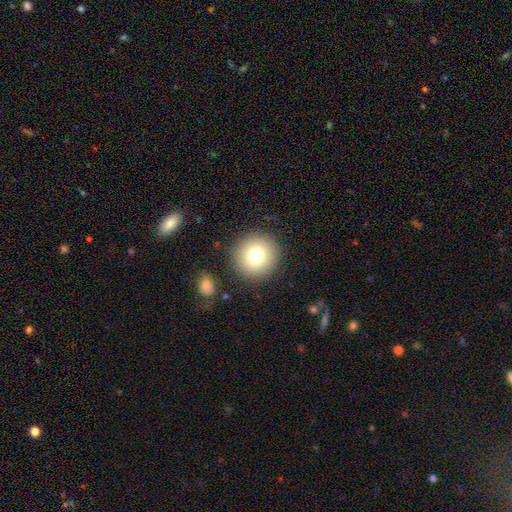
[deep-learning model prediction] Smooth or featured? Predicted: smooth (p=0.76). How rounded? Predicted: round (p=0.95). Merging? Predicted: none (p=0.89).